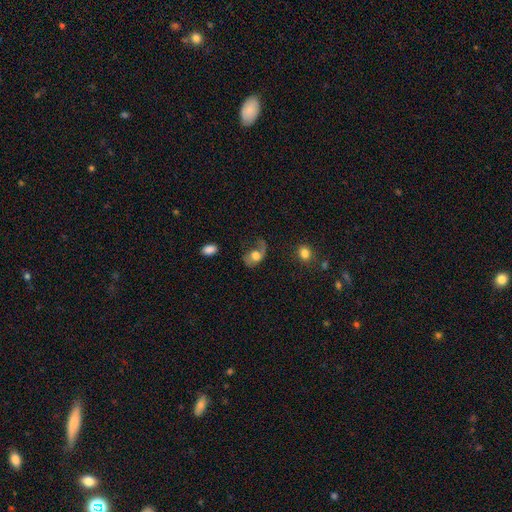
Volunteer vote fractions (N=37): A featured or disk galaxy (51%) with no bar (74%), 1 (75%) loose (83%) spiral arms (63%) and a large central bulge (58%). Merging: major disturbance (72%).